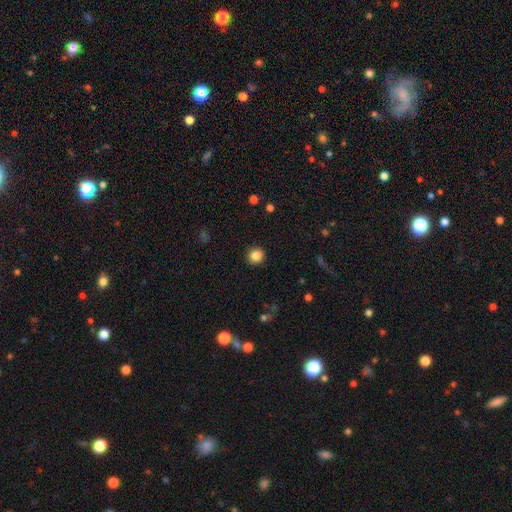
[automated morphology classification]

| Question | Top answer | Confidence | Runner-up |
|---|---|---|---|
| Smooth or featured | smooth | 85% | star or artifact (10%) |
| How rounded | round | 84% | in between (15%) |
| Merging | none | 90% | minor disturbance (7%) |